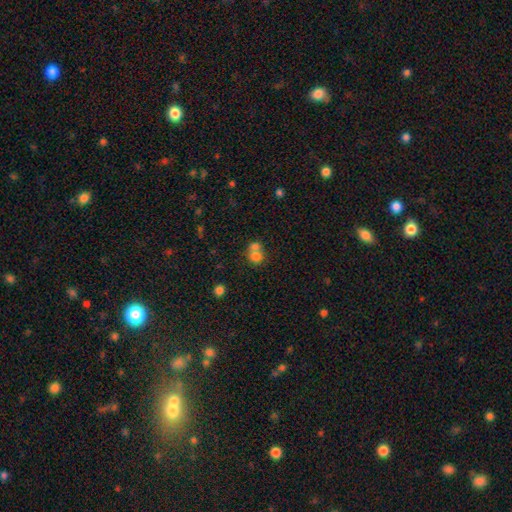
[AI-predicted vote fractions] A smooth galaxy with no disk features (75%) that is round (78%). Merging: merger (58%).